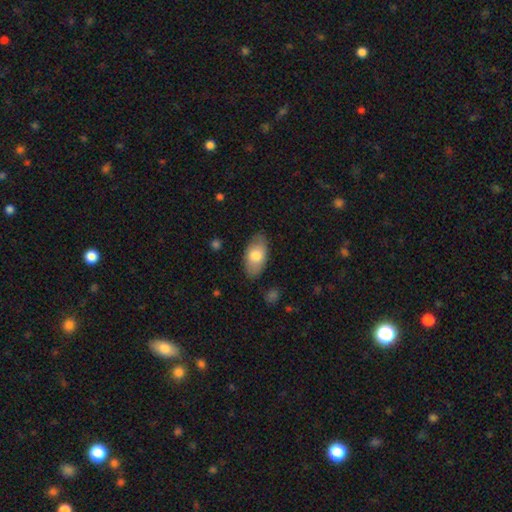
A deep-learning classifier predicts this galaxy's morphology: Overall: smooth (74%). How rounded: in between (94%). Merging: none (84%).